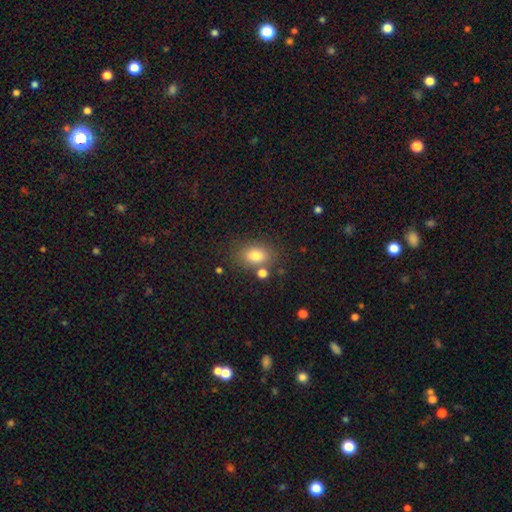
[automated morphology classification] Smooth or featured: smooth — 79% (star or artifact — 11%)
How rounded: in between — 72% (round — 27%)
Merging: none — 73% (minor disturbance — 13%)